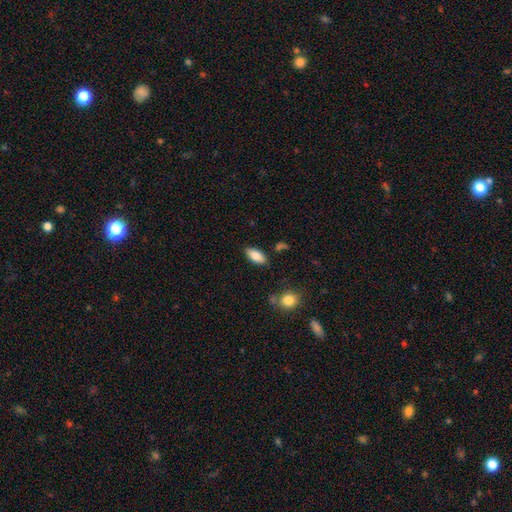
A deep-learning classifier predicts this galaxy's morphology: smooth 83%, featured or disk 9%, star or artifact 7%. Down the decision tree: how rounded — in between (89%); merging — none (82%).